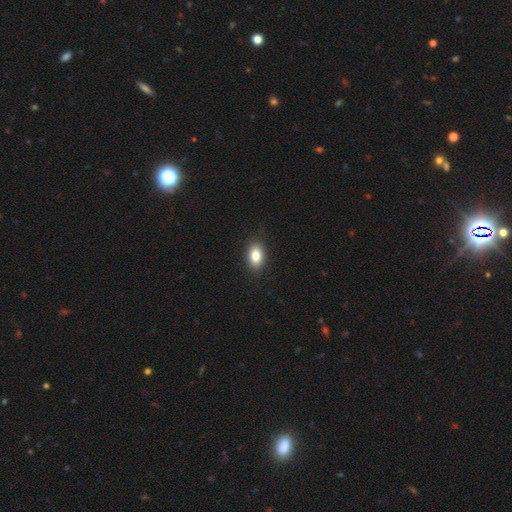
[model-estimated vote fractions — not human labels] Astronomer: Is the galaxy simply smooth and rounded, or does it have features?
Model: smooth — 83%.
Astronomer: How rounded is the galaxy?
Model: in between — 86%.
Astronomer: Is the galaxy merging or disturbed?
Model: none — 89%.